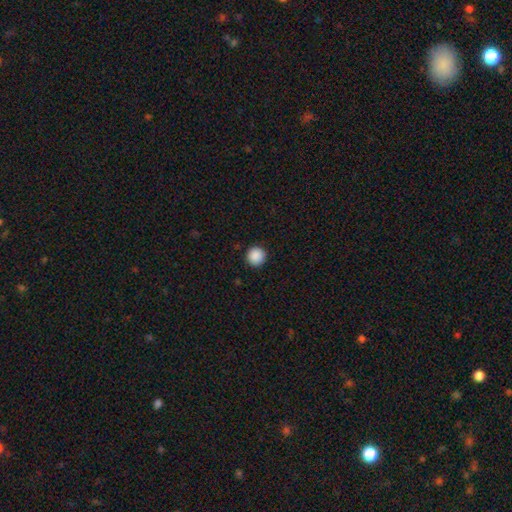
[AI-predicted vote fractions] smooth 89%, star or artifact 9%, featured or disk 2%. Down the decision tree: how rounded — round (96%); merging — none (93%).